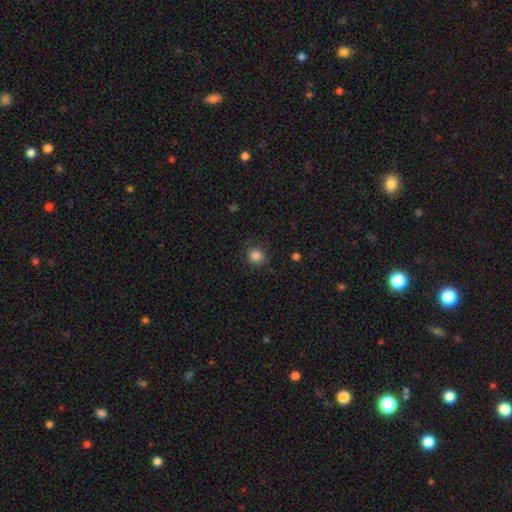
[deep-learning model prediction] Smooth or featured? smooth (85%)
How rounded? round (86%)
Merging? none (81%)